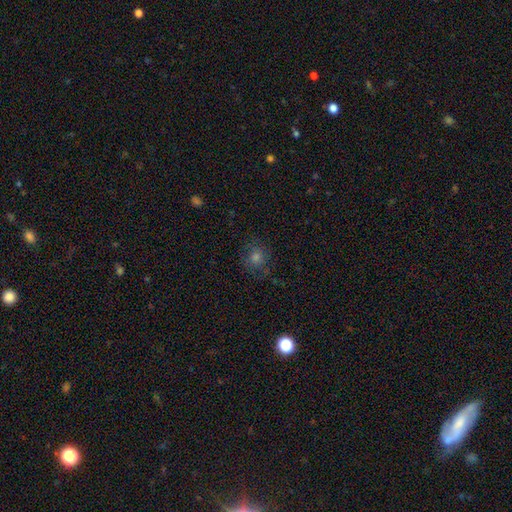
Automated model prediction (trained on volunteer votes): A smooth galaxy with no disk features (55%) that is round (86%).

Vote fractions:
- Smooth or featured? smooth: 55% / star or artifact: 27% / featured or disk: 18%
- How rounded? round: 86% / in between: 13% / cigar-shaped: 1%
- Merging? none: 78% / minor disturbance: 14% / major disturbance: 7% / merger: 2%